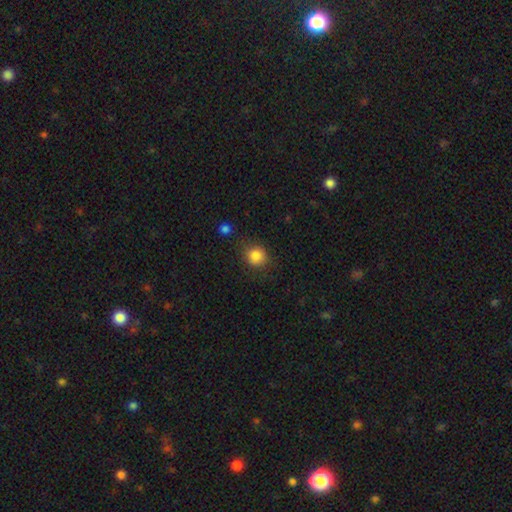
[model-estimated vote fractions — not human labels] Overall: smooth (85%). How rounded: round (87%). Merging: none (83%).